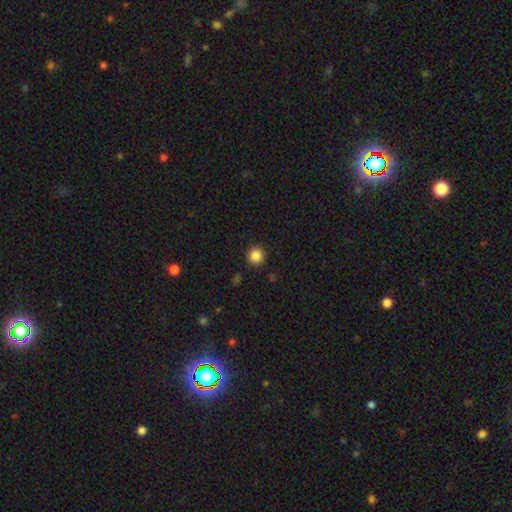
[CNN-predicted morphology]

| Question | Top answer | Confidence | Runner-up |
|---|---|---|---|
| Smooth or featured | smooth | 86% | star or artifact (10%) |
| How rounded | round | 95% | in between (4%) |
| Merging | none | 92% | minor disturbance (5%) |